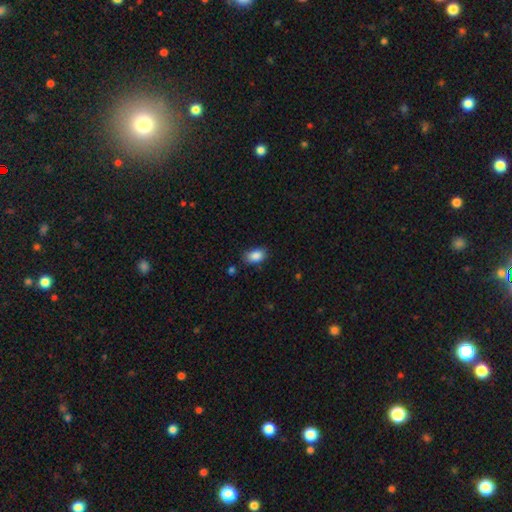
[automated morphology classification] type=smooth (87%); roundness=in between (87%); merging=none (78%).